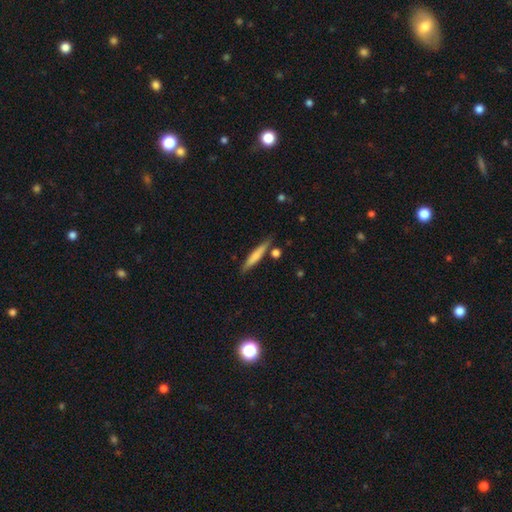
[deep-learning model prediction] This appears to be a smooth galaxy with no disk features (65%) that is cigar-shaped (92%). Merging: none (80%).